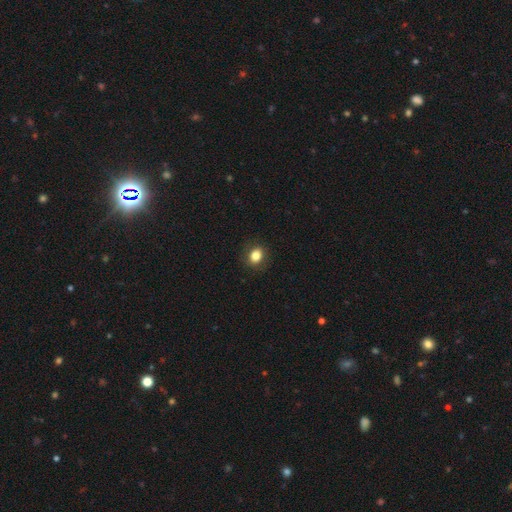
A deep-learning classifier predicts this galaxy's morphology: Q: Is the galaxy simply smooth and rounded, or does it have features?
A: smooth — 84%.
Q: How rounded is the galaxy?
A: round — 53%.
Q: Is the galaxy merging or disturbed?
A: none — 88%.